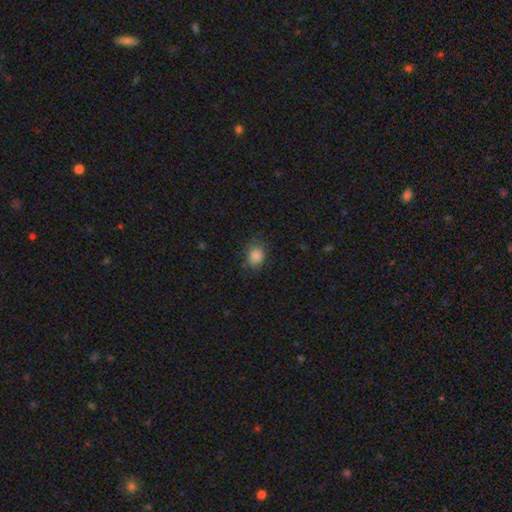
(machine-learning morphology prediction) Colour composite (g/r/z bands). It shows a smooth galaxy with no disk features (85%) that is round (53%). Merging: none (75%).